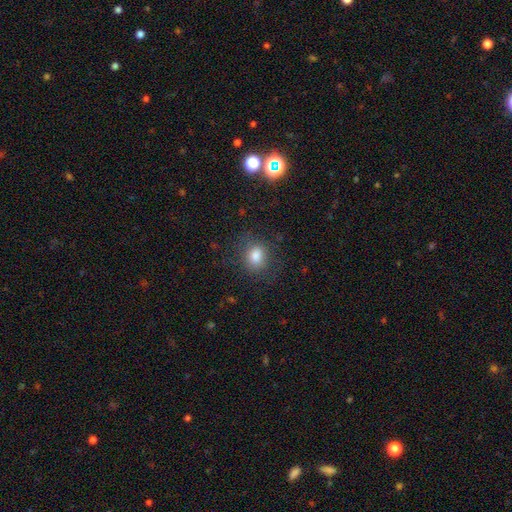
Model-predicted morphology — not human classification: smooth-or-featured: smooth: 81% | star or artifact: 11% | featured or disk: 8%
  how-rounded: round: 53% | in between: 46% | cigar-shaped: 1%
  merging: none: 76% | minor disturbance: 15% | major disturbance: 7% | merger: 1%